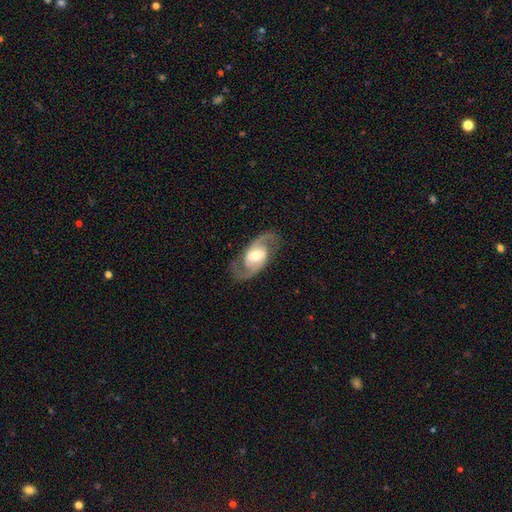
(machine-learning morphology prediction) A featured or disk galaxy (88%) with a weak bar (44%), 2 (93%) medium (56%) spiral arms (95%) and a moderate central bulge (62%).

Vote fractions:
- Smooth or featured? featured or disk: 88% / smooth: 8% / star or artifact: 5%
- Edge-on disk? no: 96% / yes: 4%
- Bar? weak: 44% / no: 34% / strong: 22%
- Spiral arms? yes: 95% / no: 5%
- Spiral winding? medium: 56% / loose: 26% / tight: 18%
- Spiral arm count? 2: 93% / can't tell: 3% / 1: 2% / 3: 1% / 4: 1% / more than 4: 1%
- Bulge size? moderate: 62% / small: 24% / large: 12% / none: 1% / dominant: 1%
- Merging? none: 82% / minor disturbance: 11% / major disturbance: 6% / merger: 1%